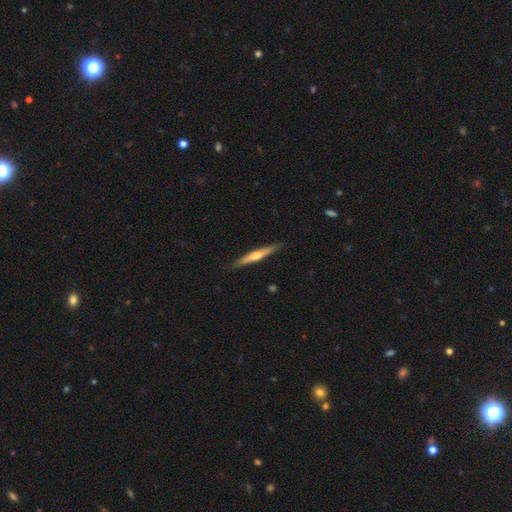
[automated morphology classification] type=featured or disk (59%); edge-on=yes (97%); edge-on bulge=rounded (81%); merging=none (88%).